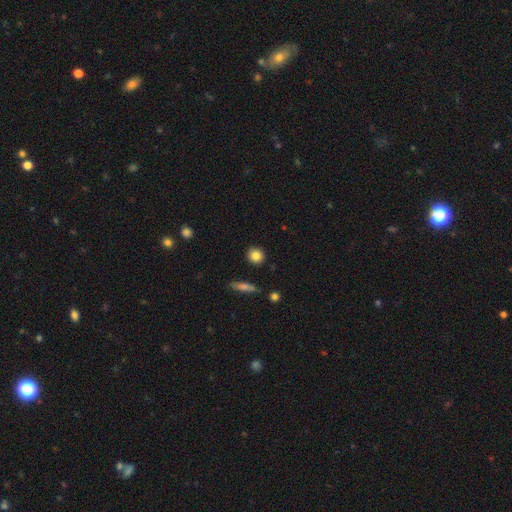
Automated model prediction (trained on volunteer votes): This appears to be a smooth galaxy with no disk features (85%) that is round (86%). Merging: none (89%).